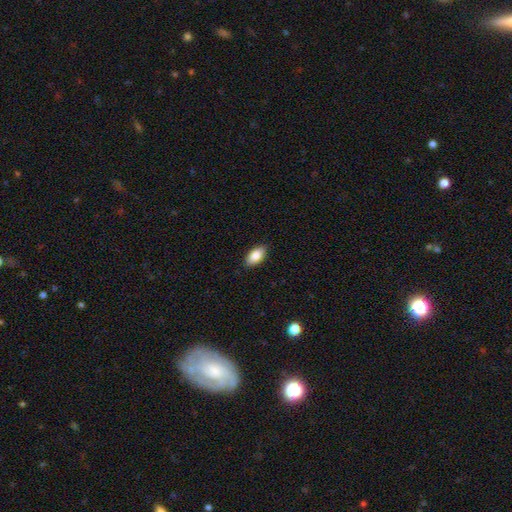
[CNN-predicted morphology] type=smooth (84%); roundness=in between (91%); merging=none (88%).